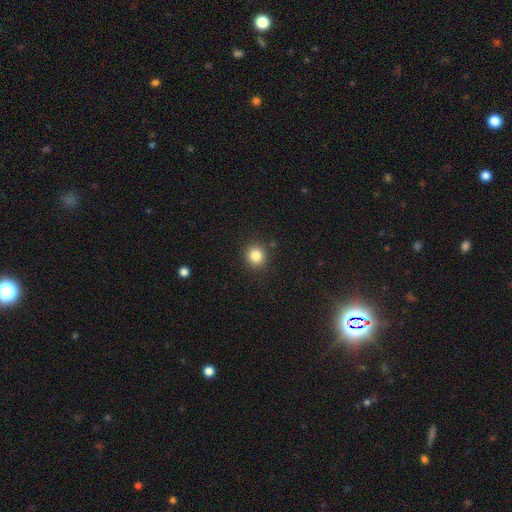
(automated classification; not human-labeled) smooth-or-featured: smooth: 84% | star or artifact: 11% | featured or disk: 5%
  how-rounded: round: 89% | in between: 10% | cigar-shaped: 1%
  merging: none: 89% | minor disturbance: 7% | major disturbance: 2% | merger: 2%